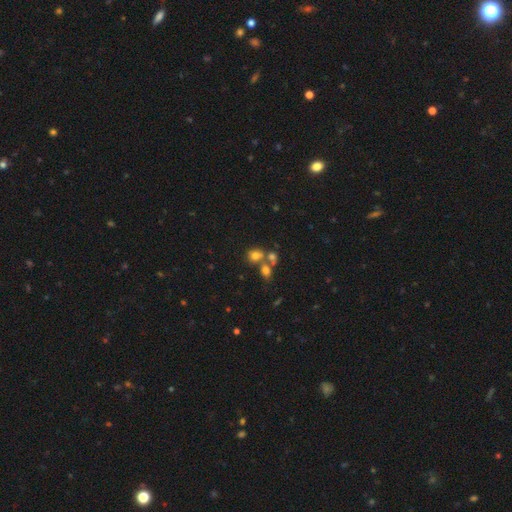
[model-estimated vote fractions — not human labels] This is likely a smooth galaxy (68%). How rounded: likely round (67%). Merging: marginally merger (44%).